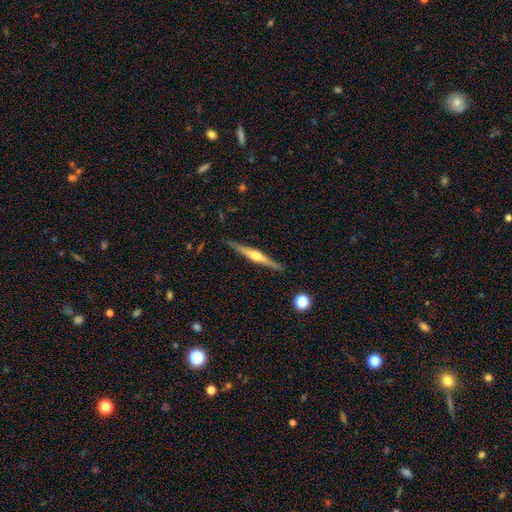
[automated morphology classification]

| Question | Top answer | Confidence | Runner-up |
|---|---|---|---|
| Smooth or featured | featured or disk | 75% | smooth (19%) |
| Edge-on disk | yes | 98% | no (2%) |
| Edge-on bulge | rounded | 89% | boxy (6%) |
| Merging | none | 88% | minor disturbance (9%) |